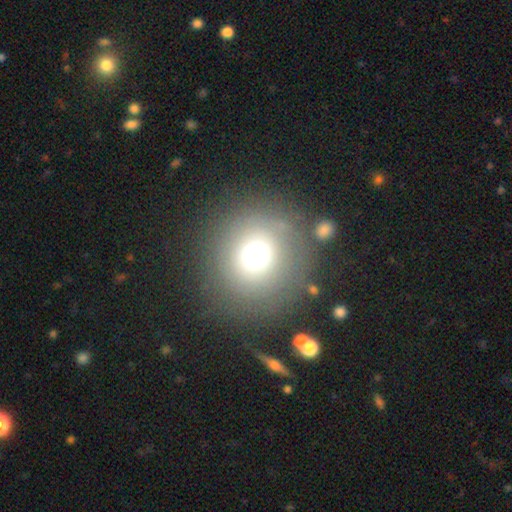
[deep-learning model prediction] This is likely a smooth galaxy (69%). How rounded: clearly round (92%). Merging: clearly none (81%).